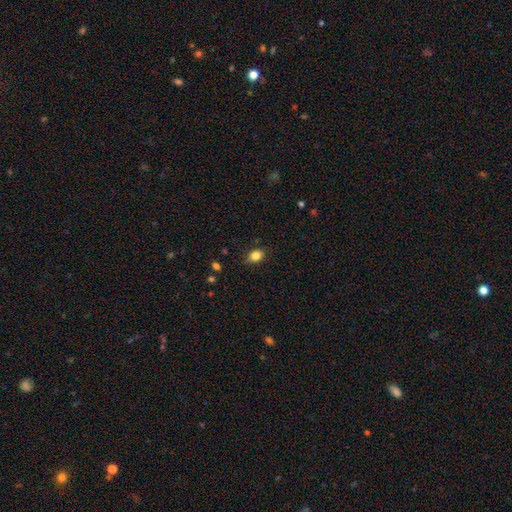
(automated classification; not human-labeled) Smooth or featured? smooth (83%)
How rounded? in between (54%)
Merging? none (79%)